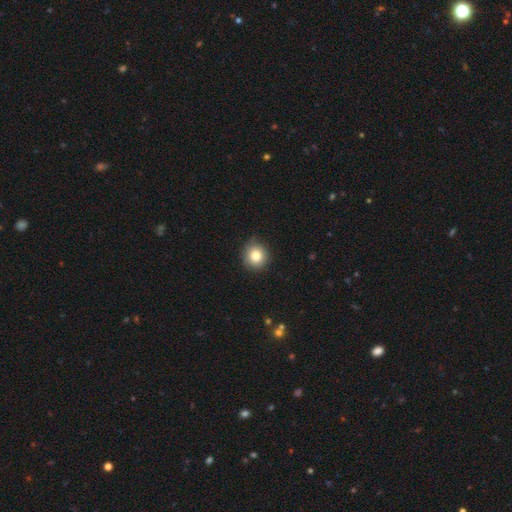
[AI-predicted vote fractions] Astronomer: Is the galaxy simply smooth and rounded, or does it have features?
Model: smooth — 82%.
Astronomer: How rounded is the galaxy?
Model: round — 89%.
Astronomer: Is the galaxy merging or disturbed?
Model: none — 85%.